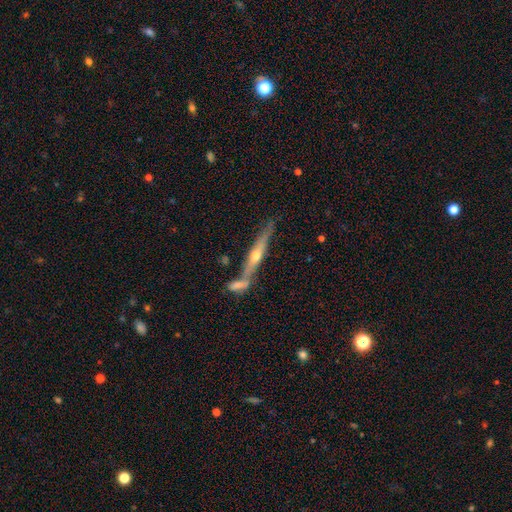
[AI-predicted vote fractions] A featured or disk galaxy (75%) viewed edge-on (95%) with a rounded central bulge (87%). Merging: none (65%).